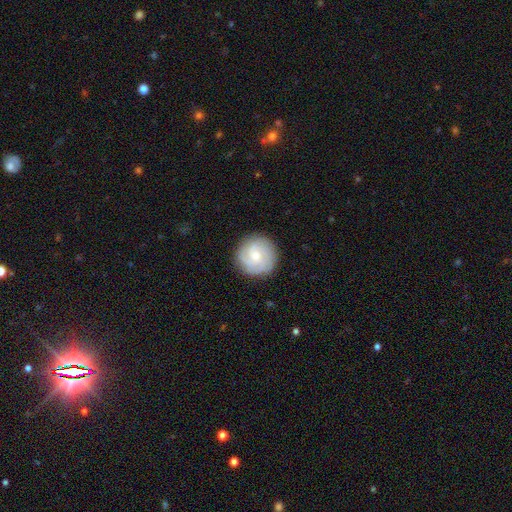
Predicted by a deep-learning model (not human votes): Smooth or featured? featured or disk (64%)
Edge-on disk? no (98%)
Bar? no (70%)
Spiral arms? yes (93%)
Spiral winding? tight (64%)
Spiral arm count? 3 (33%)
Bulge size? small (58%)
Merging? none (86%)